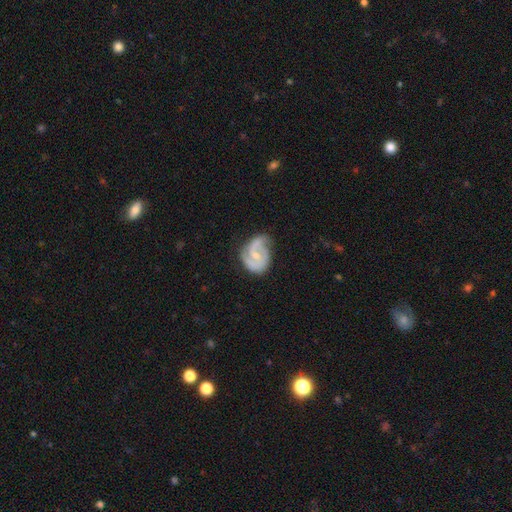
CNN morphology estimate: A featured or disk galaxy (80%) with no bar (49%), 2 (68%) medium (48%) spiral arms (94%) and a small central bulge (59%).

Vote fractions:
- Smooth or featured? featured or disk: 80% / smooth: 15% / star or artifact: 5%
- Edge-on disk? no: 98% / yes: 2%
- Bar? no: 49% / weak: 42% / strong: 9%
- Spiral arms? yes: 94% / no: 6%
- Spiral winding? medium: 48% / tight: 34% / loose: 19%
- Spiral arm count? 2: 68% / can't tell: 10% / 3: 10% / 1: 9% / 4: 2% / more than 4: 2%
- Bulge size? small: 59% / moderate: 33% / none: 6% / large: 1% / dominant: 1%
- Merging? none: 51% / minor disturbance: 31% / major disturbance: 16% / merger: 2%